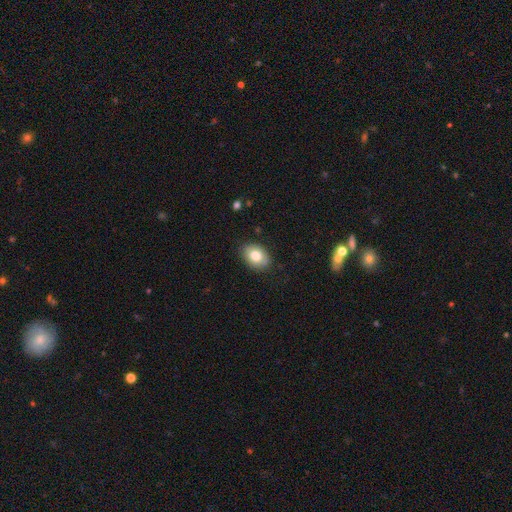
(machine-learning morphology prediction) Smooth or featured? Predicted: smooth (p=0.80). How rounded? Predicted: in between (p=0.77). Merging? Predicted: none (p=0.84).